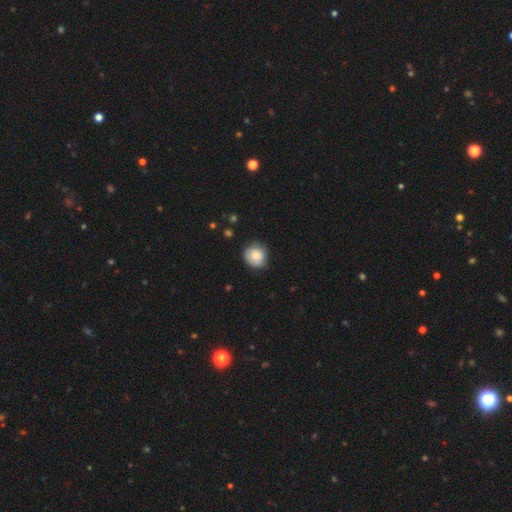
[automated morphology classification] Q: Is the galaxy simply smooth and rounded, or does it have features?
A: smooth — 83%.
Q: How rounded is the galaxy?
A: round — 87%.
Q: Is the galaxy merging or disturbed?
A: none — 75%.